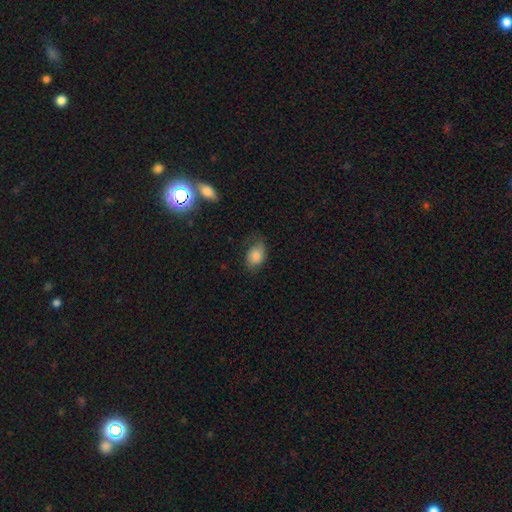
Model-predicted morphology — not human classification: Smooth or featured: smooth — 79% (featured or disk — 13%)
How rounded: in between — 79% (round — 20%)
Merging: none — 65% (minor disturbance — 25%)